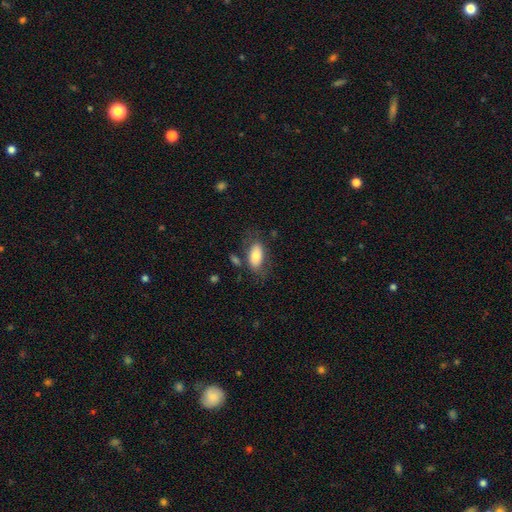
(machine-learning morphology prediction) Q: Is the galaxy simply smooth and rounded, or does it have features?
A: smooth — 74%.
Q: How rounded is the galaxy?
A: in between — 91%.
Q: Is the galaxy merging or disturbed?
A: none — 64%.